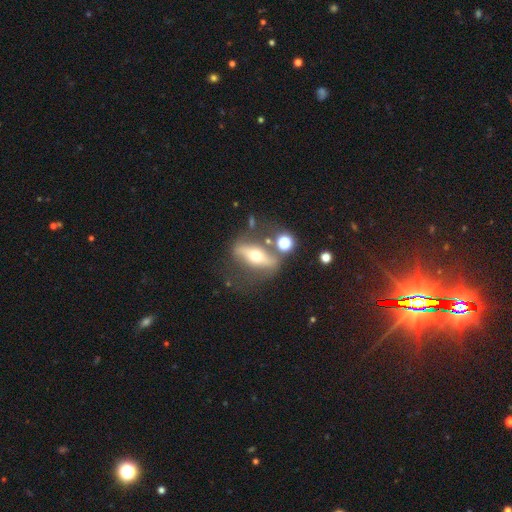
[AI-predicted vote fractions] Morphology: type=featured or disk (66%); edge-on=yes (55%); merging=none (61%).